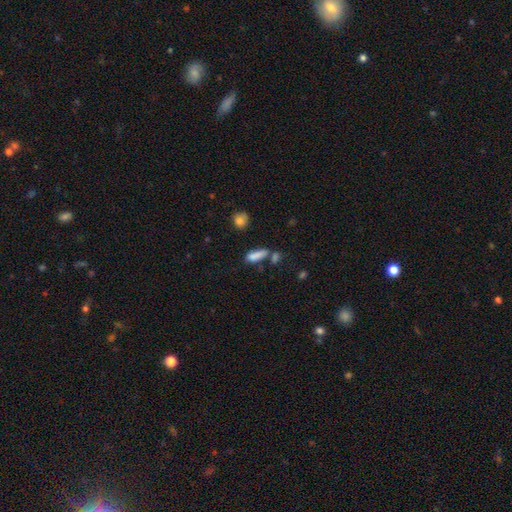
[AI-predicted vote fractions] Smooth or featured: smooth — 82% (featured or disk — 9%)
How rounded: in between — 51% (cigar-shaped — 45%)
Merging: none — 52% (merger — 22%)